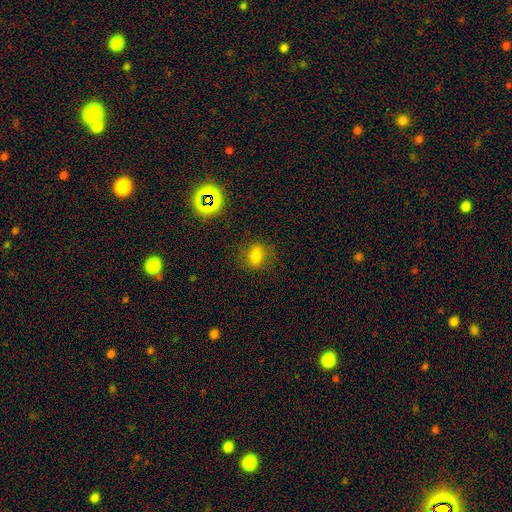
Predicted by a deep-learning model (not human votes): This is likely a smooth galaxy (74%). How rounded: likely in between (67%). Merging: likely none (78%).